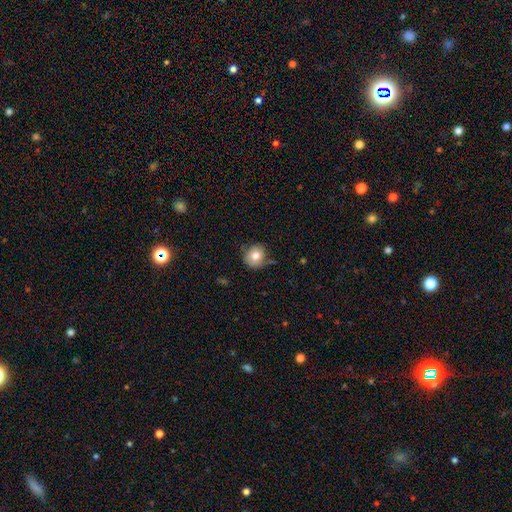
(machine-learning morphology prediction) type=smooth (77%); roundness=round (87%); merging=none (72%).